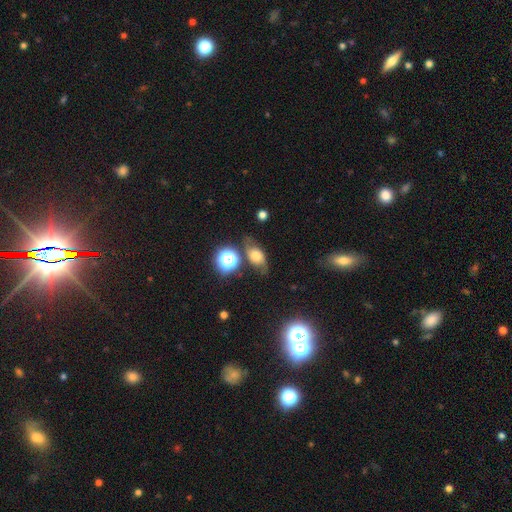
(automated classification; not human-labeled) This appears to be a smooth galaxy with no disk features (51%) that is in between round and cigar-shaped (67%). Merging: none (63%).